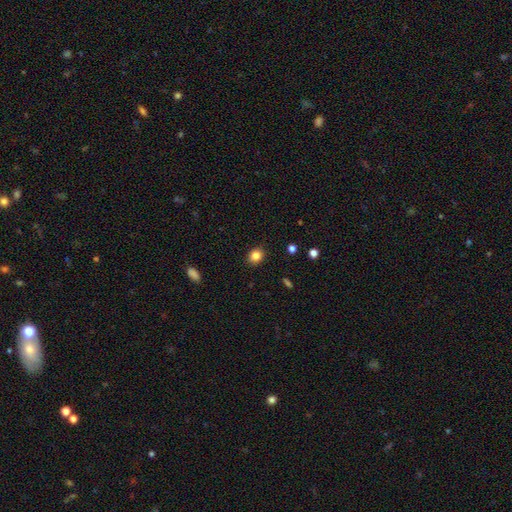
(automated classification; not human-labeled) This appears to be a smooth galaxy with no disk features (84%) that is round (64%). Merging: none (90%).